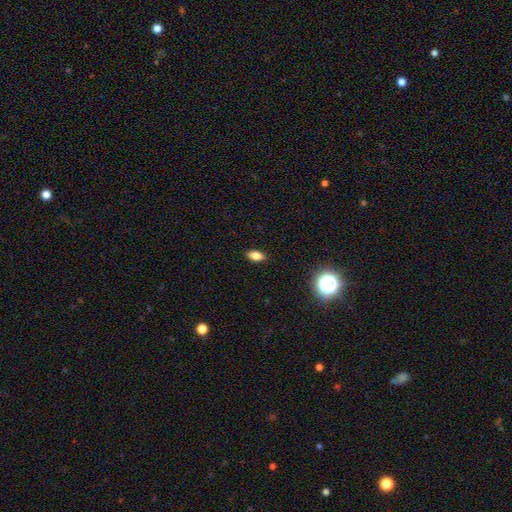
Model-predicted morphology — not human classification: smooth 78%, star or artifact 11%, featured or disk 11%. Down the decision tree: how rounded — in between (86%); merging — none (89%).